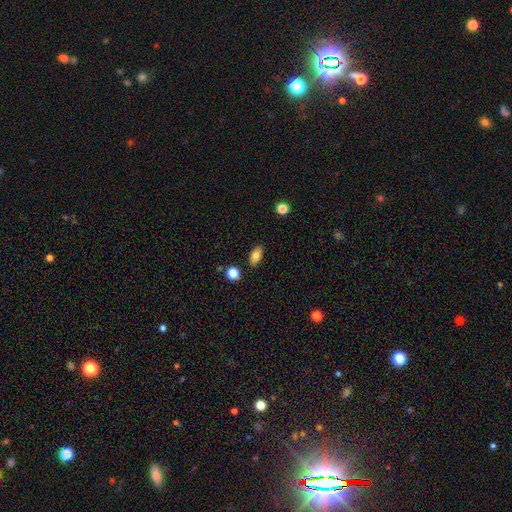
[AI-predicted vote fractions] This appears to be a smooth galaxy with no disk features (82%) that is in between round and cigar-shaped (89%). Merging: none (86%).